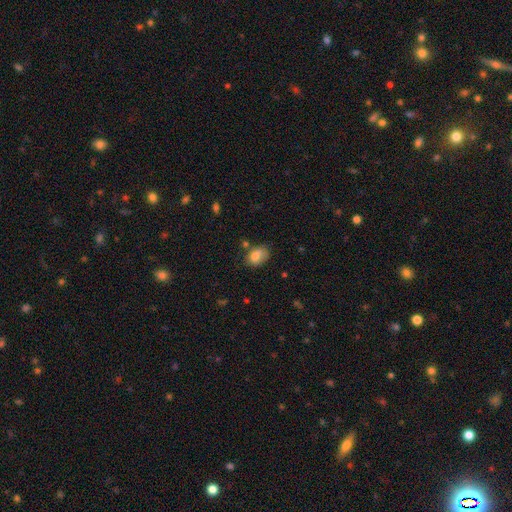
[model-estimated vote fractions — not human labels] This appears to be a smooth galaxy with no disk features (77%) that is in between round and cigar-shaped (80%). Merging: none (56%).